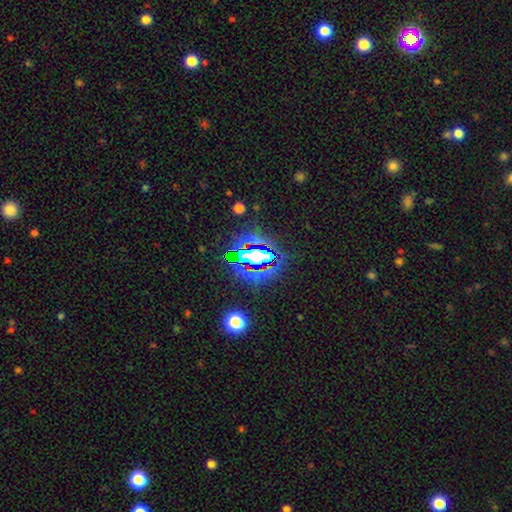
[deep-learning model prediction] Overall: star or artifact (68%).